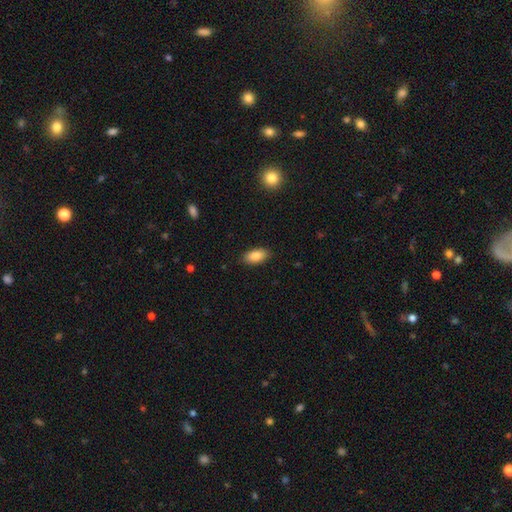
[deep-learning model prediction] The model was most divided on "merging": none: 87%, minor disturbance: 10%, major disturbance: 2%, merger: 1%. More confident: how rounded — in between (92%); smooth or featured — smooth (86%).